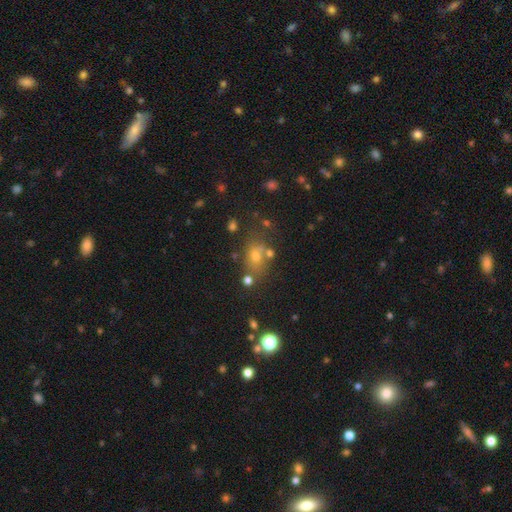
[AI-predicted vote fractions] The model was most divided on "how rounded": in between: 56%, round: 41%, cigar-shaped: 2%. More confident: merging — none (63%); smooth or featured — smooth (60%).